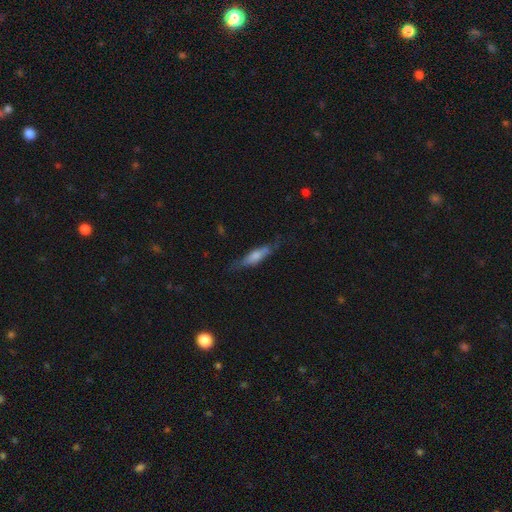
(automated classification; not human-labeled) Smooth or featured: smooth — 56% (featured or disk — 37%)
How rounded: cigar-shaped — 67% (in between — 31%)
Merging: none — 63% (minor disturbance — 25%)